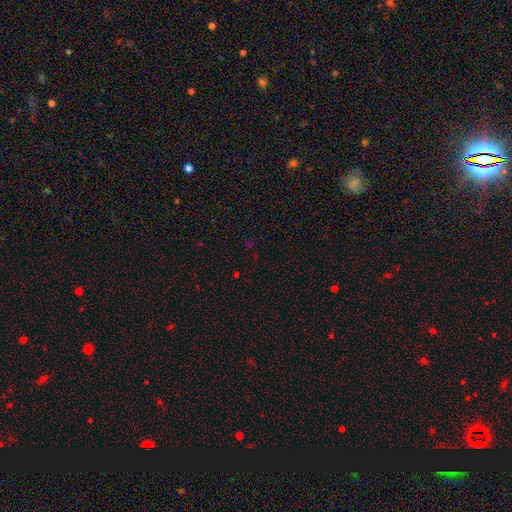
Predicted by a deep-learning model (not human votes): star or artifact 63%, smooth 29%, featured or disk 7%.